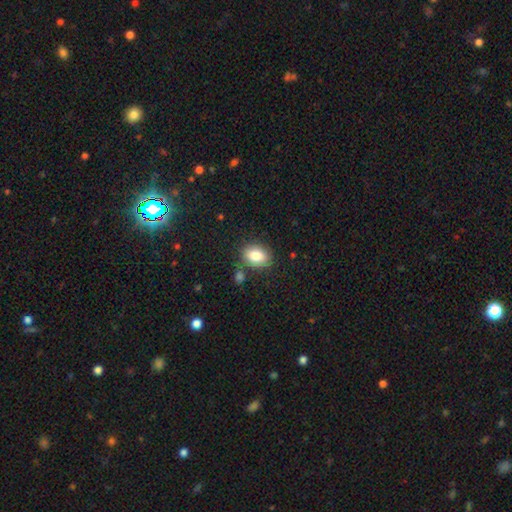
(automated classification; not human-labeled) A smooth galaxy with no disk features (84%) that is in between round and cigar-shaped (69%).

Vote fractions:
- Smooth or featured? smooth: 84% / star or artifact: 8% / featured or disk: 8%
- How rounded? in between: 69% / round: 30% / cigar-shaped: 1%
- Merging? none: 78% / minor disturbance: 12% / merger: 7% / major disturbance: 3%